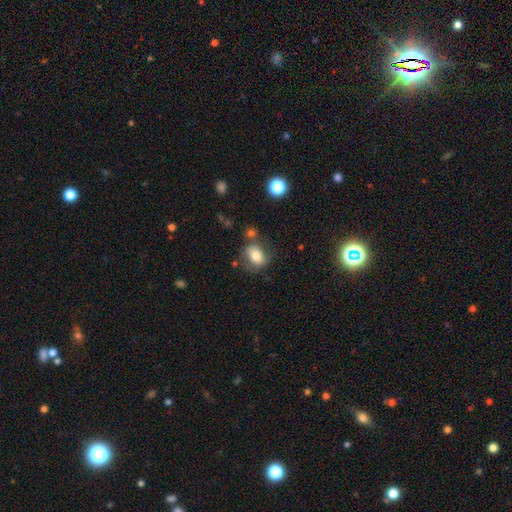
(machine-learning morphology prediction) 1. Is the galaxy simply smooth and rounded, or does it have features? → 71% smooth, 19% featured or disk, 9% star or artifact.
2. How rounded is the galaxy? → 62% in between, 36% round, 1% cigar-shaped.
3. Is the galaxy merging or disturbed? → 60% none, 19% minor disturbance, 12% merger, 9% major disturbance.